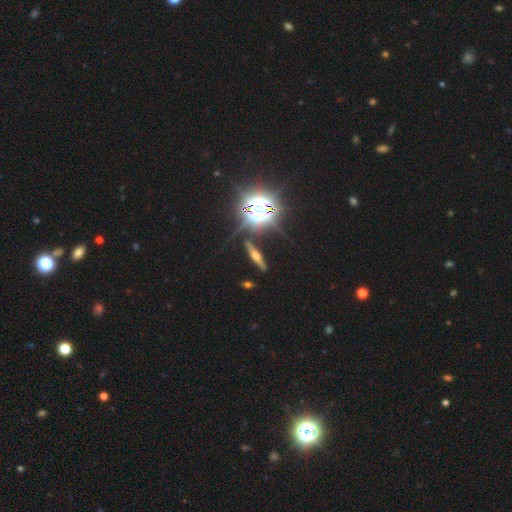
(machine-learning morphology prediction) Smooth or featured?
  - featured or disk: 52% *
  - star or artifact: 26%
  - smooth: 22%
Edge-on disk?
  - yes: 89% *
  - no: 11%
Merging?
  - none: 81% *
  - minor disturbance: 11%
  - major disturbance: 4%
  - merger: 4%